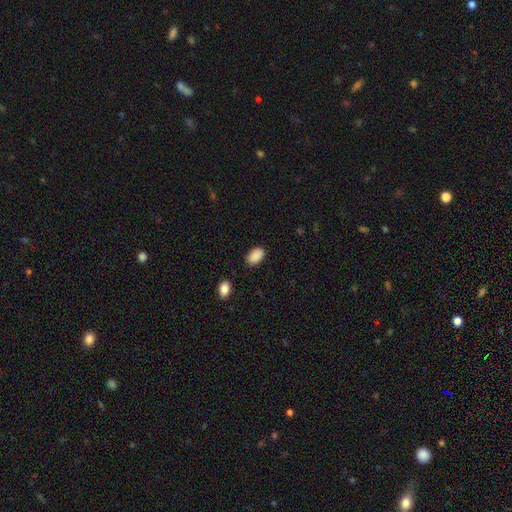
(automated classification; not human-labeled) A smooth galaxy with no disk features (90%) that is in between round and cigar-shaped (91%).

Vote fractions:
- Smooth or featured? smooth: 90% / star or artifact: 7% / featured or disk: 3%
- How rounded? in between: 91% / round: 8% / cigar-shaped: 1%
- Merging? none: 84% / minor disturbance: 12% / major disturbance: 2% / merger: 2%